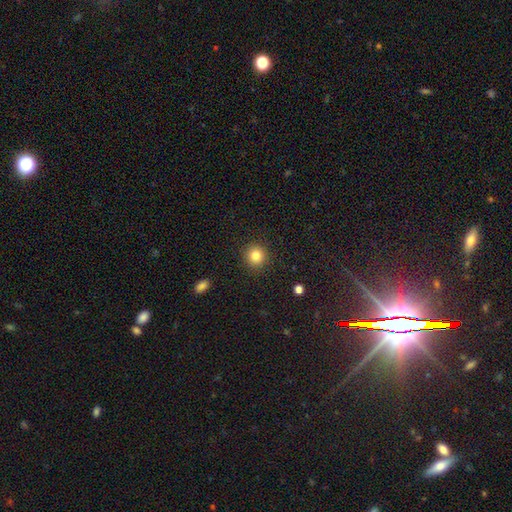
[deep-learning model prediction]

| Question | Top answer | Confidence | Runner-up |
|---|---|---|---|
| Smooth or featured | smooth | 83% | star or artifact (11%) |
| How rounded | round | 91% | in between (8%) |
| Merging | none | 91% | minor disturbance (6%) |